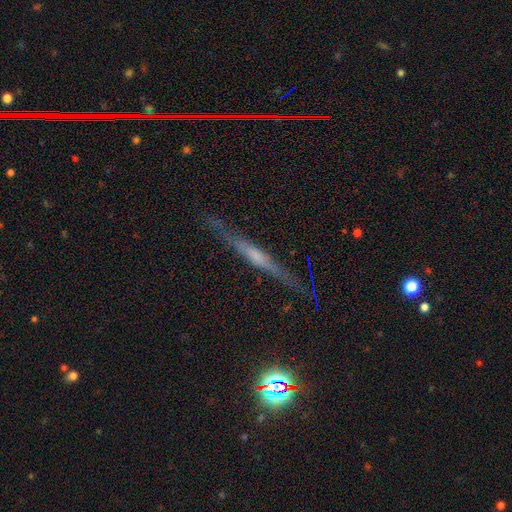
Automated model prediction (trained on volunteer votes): featured or disk 68%, smooth 23%, star or artifact 9%. Down the decision tree: edge-on disk — yes (95%); edge-on bulge — none (39%); merging — none (82%).